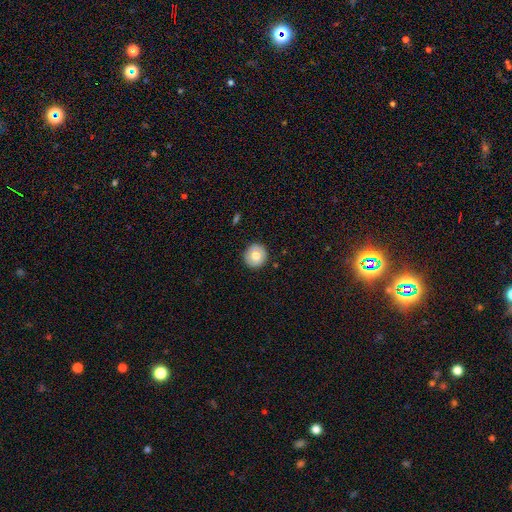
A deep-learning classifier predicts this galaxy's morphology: smooth-or-featured: smooth: 72% | featured or disk: 20% | star or artifact: 7%
  how-rounded: round: 94% | in between: 5% | cigar-shaped: 1%
  merging: none: 91% | minor disturbance: 7% | major disturbance: 2% | merger: 1%